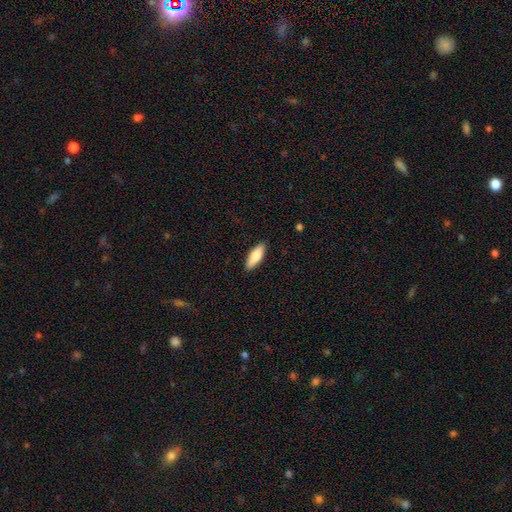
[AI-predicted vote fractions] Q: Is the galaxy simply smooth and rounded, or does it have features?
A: smooth — 76%.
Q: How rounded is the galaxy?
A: in between — 62%.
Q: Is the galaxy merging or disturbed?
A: none — 89%.